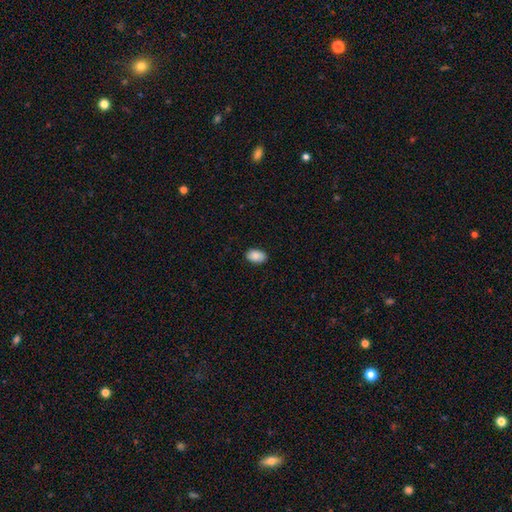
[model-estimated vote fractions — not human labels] Smooth or featured? smooth (89%)
How rounded? in between (91%)
Merging? none (87%)